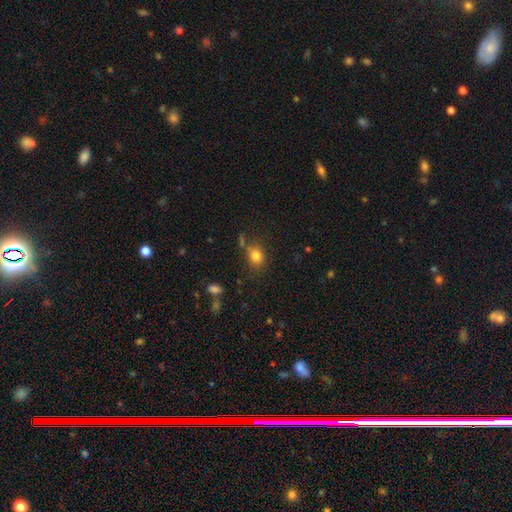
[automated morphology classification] Smooth or featured: smooth — 81% (star or artifact — 12%)
How rounded: round — 52% (in between — 47%)
Merging: none — 69% (minor disturbance — 16%)